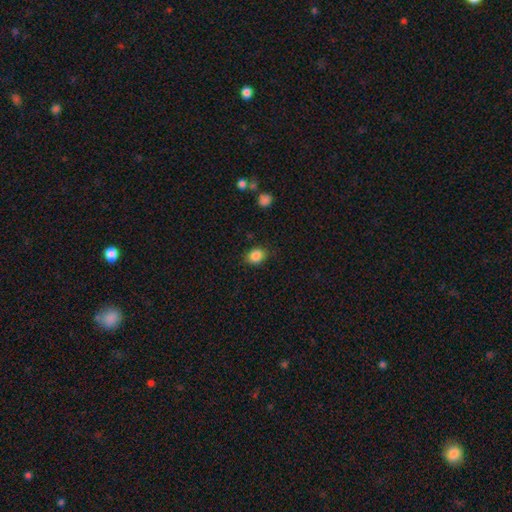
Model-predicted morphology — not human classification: Overall: smooth (86%). How rounded: in between (52%; round 47%). Merging: none (84%).